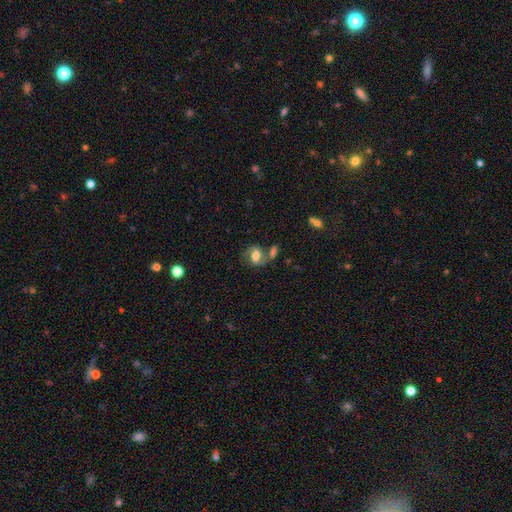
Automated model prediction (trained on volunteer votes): Overall: featured or disk (45%, tied with smooth). Merging: none (47%; merger 27%).